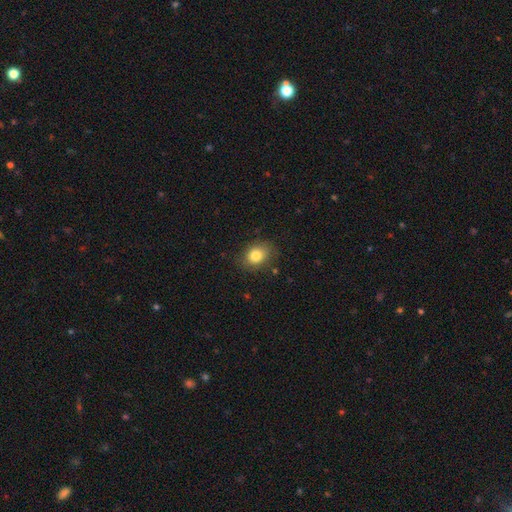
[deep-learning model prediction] smooth_or_featured: smooth (p=0.82) [alt: star or artifact p=0.09]
how_rounded: in between (p=0.56) [alt: round p=0.43]
merging: none (p=0.79) [alt: minor disturbance p=0.15]